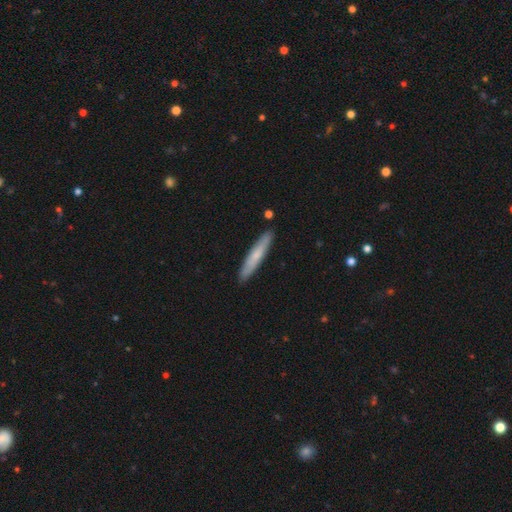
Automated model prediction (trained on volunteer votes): smooth 63%, featured or disk 32%, star or artifact 5%. Down the decision tree: how rounded — cigar-shaped (92%); merging — none (89%).